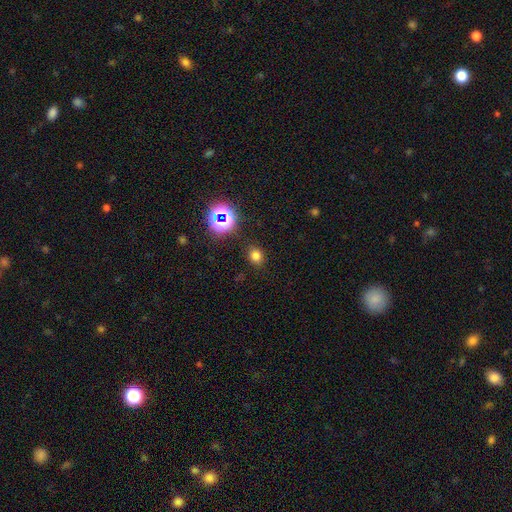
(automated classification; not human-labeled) smooth-or-featured: smooth: 73% | star or artifact: 21% | featured or disk: 6%
  how-rounded: round: 62% | in between: 37% | cigar-shaped: 1%
  merging: none: 85% | minor disturbance: 10% | major disturbance: 3% | merger: 2%